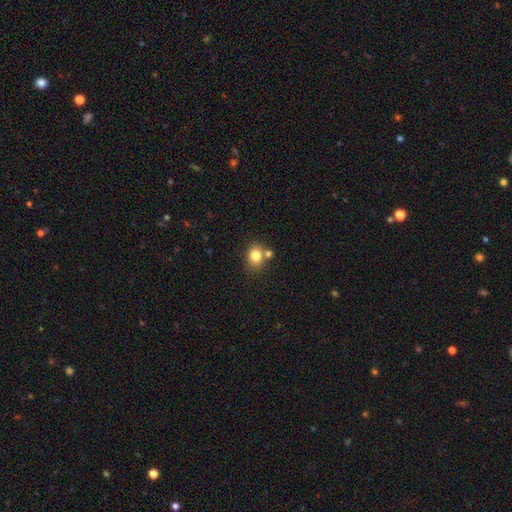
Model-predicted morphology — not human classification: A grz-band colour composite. It shows a smooth galaxy with no disk features (80%) that is round (61%). Merging: none (61%).